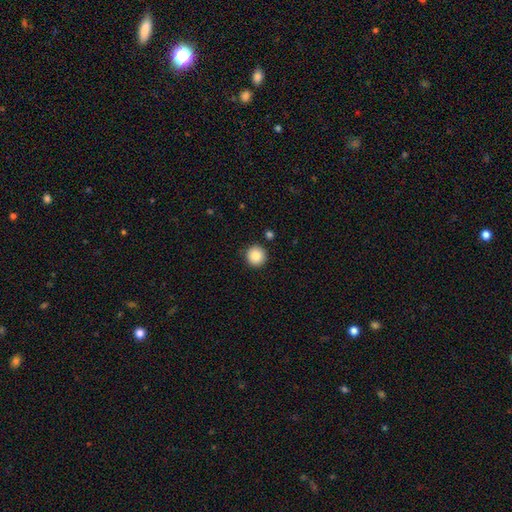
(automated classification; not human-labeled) This is clearly a smooth galaxy (88%). How rounded: clearly round (95%). Merging: clearly none (90%).